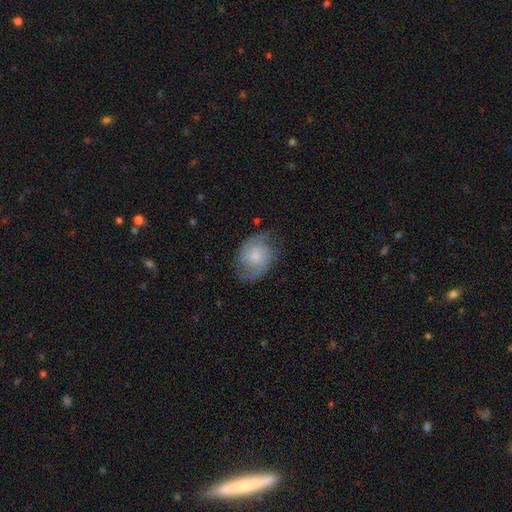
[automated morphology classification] A featured or disk galaxy (63%) with no bar (71%), 2 (83%) medium (46%) spiral arms (90%) and a moderate central bulge (40%).

Vote fractions:
- Smooth or featured? featured or disk: 63% / smooth: 30% / star or artifact: 7%
- Edge-on disk? no: 97% / yes: 3%
- Bar? no: 71% / weak: 26% / strong: 4%
- Spiral arms? yes: 90% / no: 10%
- Spiral winding? medium: 46% / tight: 28% / loose: 26%
- Spiral arm count? 2: 83% / can't tell: 10% / 3: 3% / 1: 2% / 4: 1% / more than 4: 1%
- Bulge size? moderate: 40% / small: 38% / none: 11% / large: 9% / dominant: 2%
- Merging? none: 66% / minor disturbance: 23% / major disturbance: 10% / merger: 1%